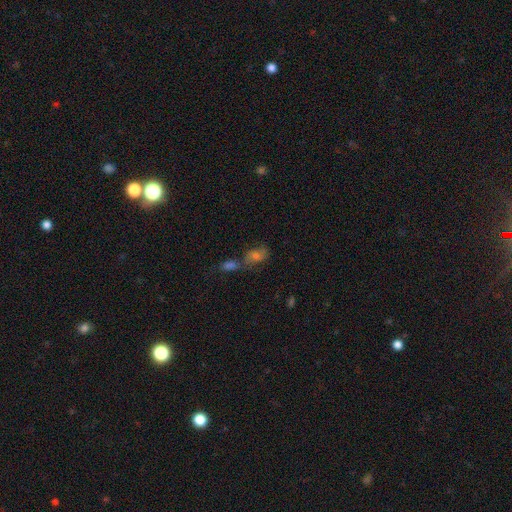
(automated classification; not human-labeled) Smooth or featured? Predicted: smooth (p=0.47). Merging? Predicted: merger (p=0.51).